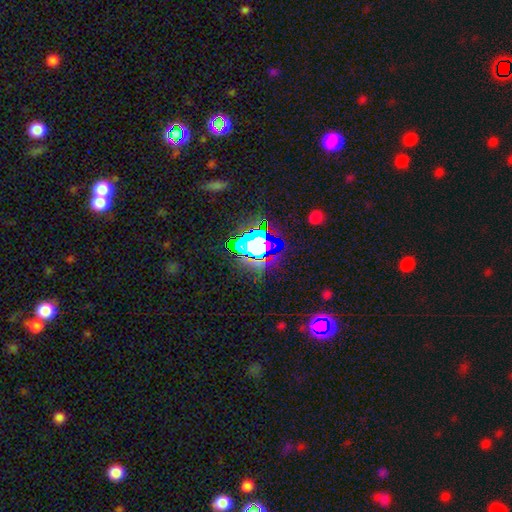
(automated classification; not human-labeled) This appears to be a star or artifact, not a galaxy (61%).